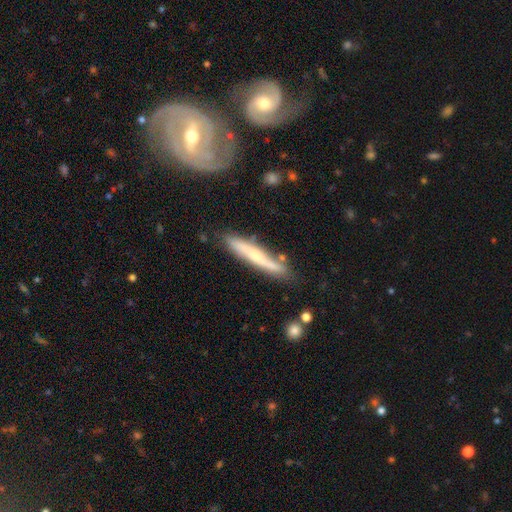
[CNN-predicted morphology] A featured or disk galaxy (49%). Merging: none (74%).